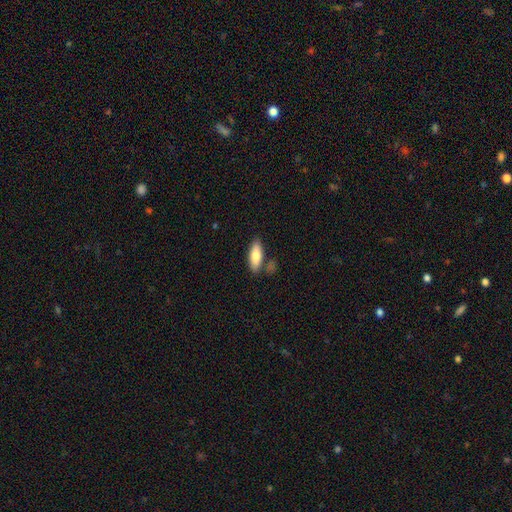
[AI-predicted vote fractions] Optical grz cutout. It shows a smooth galaxy with no disk features (80%) that is in between round and cigar-shaped (70%). Merging: none (77%).